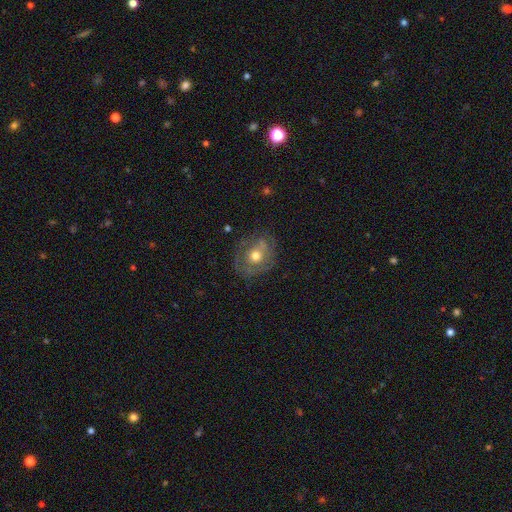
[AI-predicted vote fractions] This is possibly a featured or disk galaxy (49%). Merging: likely none (62%).